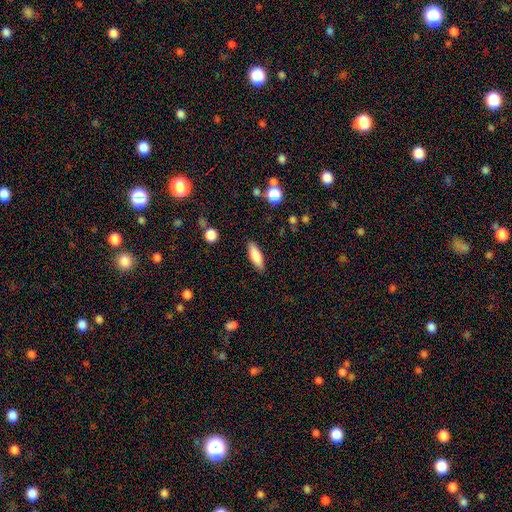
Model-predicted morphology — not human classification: Overall: smooth (83%). How rounded: in between (56%; cigar-shaped 42%). Merging: none (87%).